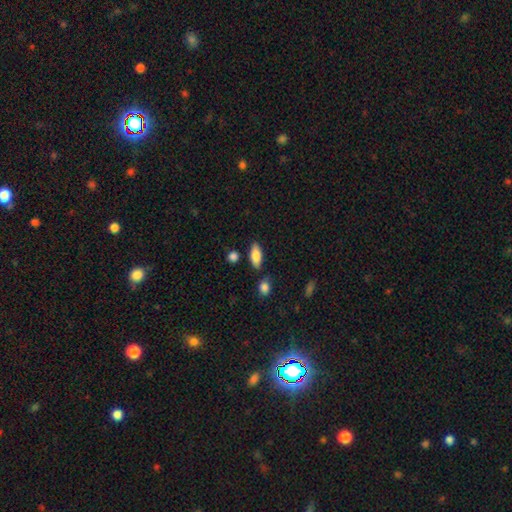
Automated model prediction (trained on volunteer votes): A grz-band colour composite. It shows a smooth galaxy with no disk features (83%) that is in between round and cigar-shaped (83%). Merging: none (79%).